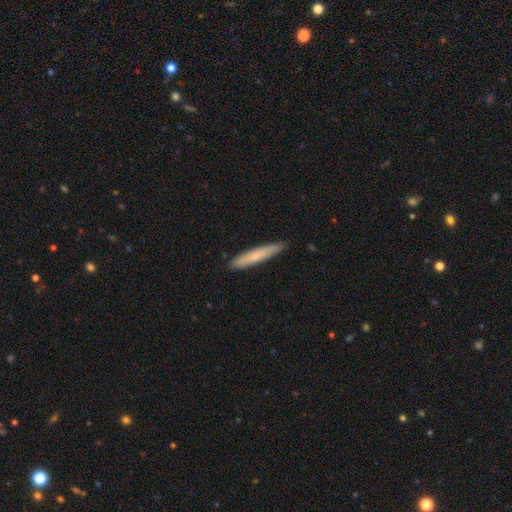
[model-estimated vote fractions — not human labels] A smooth galaxy with no disk features (69%) that is cigar-shaped (94%). Merging: none (89%).